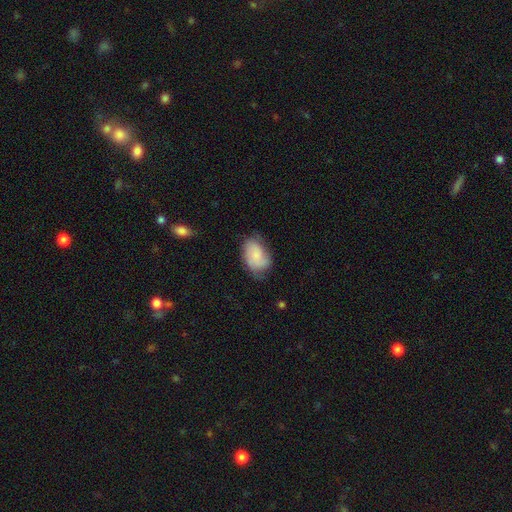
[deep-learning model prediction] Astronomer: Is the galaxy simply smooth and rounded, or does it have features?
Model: smooth — 66%.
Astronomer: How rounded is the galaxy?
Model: in between — 88%.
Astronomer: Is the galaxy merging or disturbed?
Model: none — 51% (runner-up: minor disturbance, 35%).